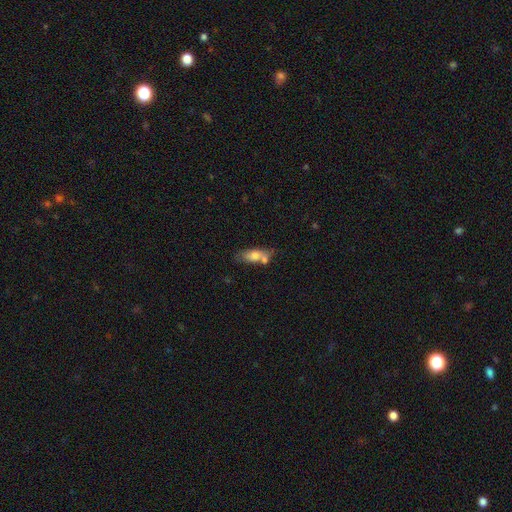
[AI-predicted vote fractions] Overall: smooth (67%). How rounded: in between (73%). Merging: none (43%; merger 32%).